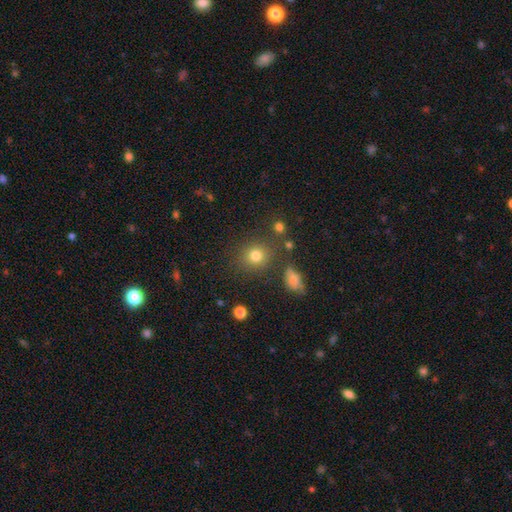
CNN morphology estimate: Q: Smooth or featured?
A: smooth (78%); runner-up: star or artifact (15%)
Q: How rounded?
A: round (79%); runner-up: in between (19%)
Q: Merging?
A: none (80%); runner-up: minor disturbance (10%)